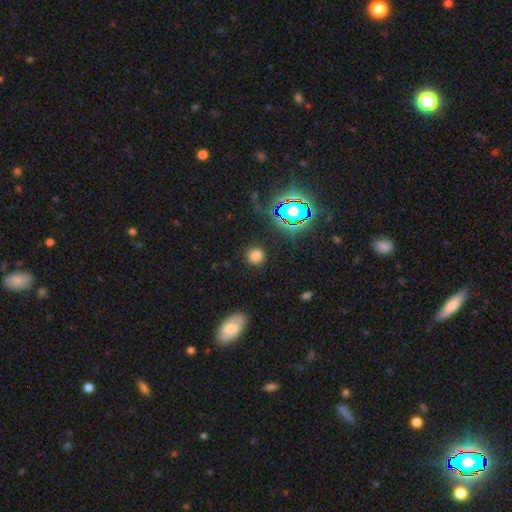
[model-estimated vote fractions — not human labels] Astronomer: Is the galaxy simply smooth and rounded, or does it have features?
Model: smooth — 74%.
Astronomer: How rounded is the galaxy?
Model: round — 90%.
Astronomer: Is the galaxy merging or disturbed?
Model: none — 89%.